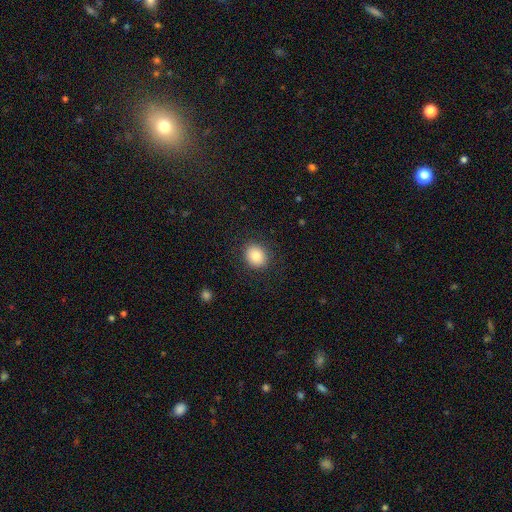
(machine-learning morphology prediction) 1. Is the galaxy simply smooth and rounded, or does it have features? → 86% smooth, 9% star or artifact, 6% featured or disk.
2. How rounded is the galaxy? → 68% round, 31% in between, 1% cigar-shaped.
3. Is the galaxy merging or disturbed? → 88% none, 8% minor disturbance, 3% major disturbance, 1% merger.